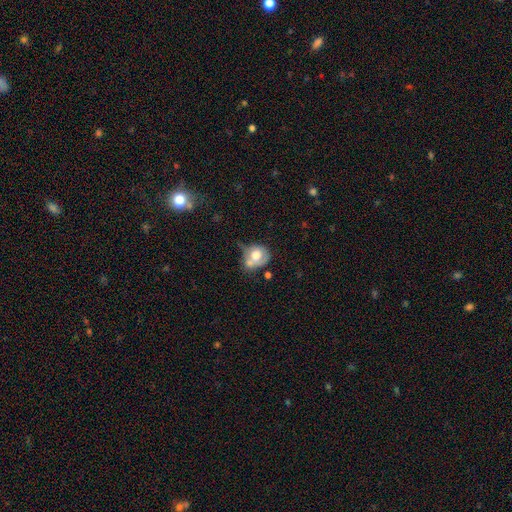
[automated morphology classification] A smooth galaxy with no disk features (64%) that is round (68%). Merging: merger (30%).